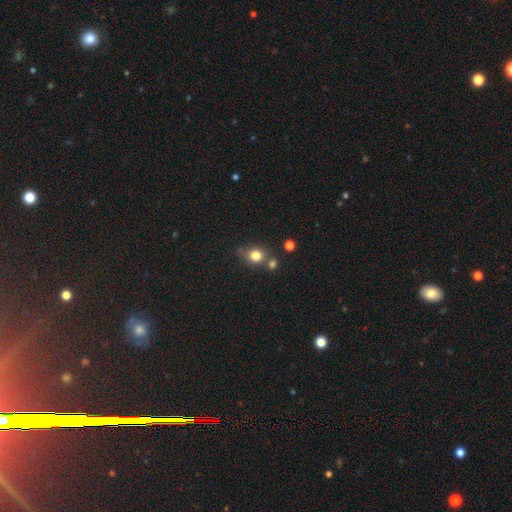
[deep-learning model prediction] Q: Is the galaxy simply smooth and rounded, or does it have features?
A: smooth — 79%.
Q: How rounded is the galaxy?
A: round — 73%.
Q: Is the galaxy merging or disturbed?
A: none — 60%.